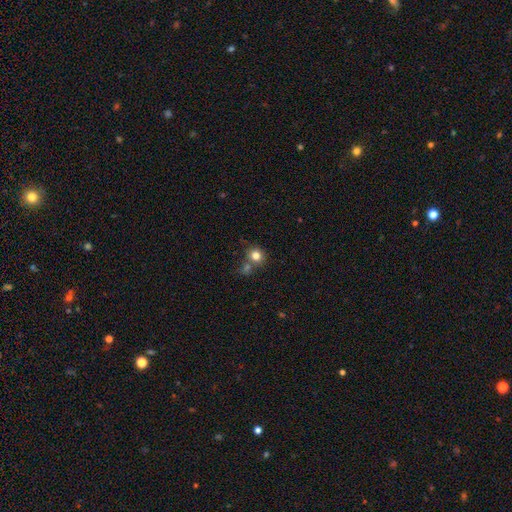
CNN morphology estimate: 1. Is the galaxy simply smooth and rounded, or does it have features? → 80% smooth, 12% star or artifact, 8% featured or disk.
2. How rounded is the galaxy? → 86% round, 13% in between, 1% cigar-shaped.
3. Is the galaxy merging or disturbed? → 63% none, 22% merger, 11% minor disturbance, 4% major disturbance.